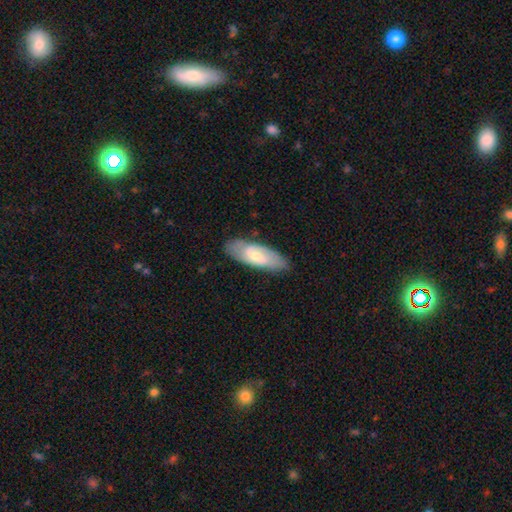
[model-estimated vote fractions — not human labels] smooth 51%, featured or disk 43%, star or artifact 6%. Down the decision tree: how rounded — in between (68%); merging — none (78%).